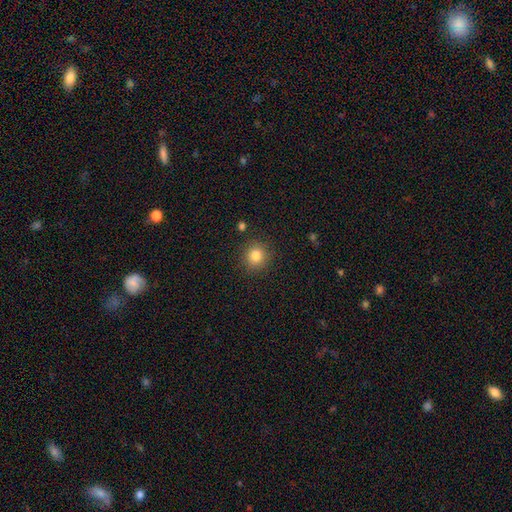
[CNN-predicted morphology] Q: Smooth or featured?
A: smooth (82%); runner-up: star or artifact (12%)
Q: How rounded?
A: round (91%); runner-up: in between (8%)
Q: Merging?
A: none (89%); runner-up: minor disturbance (7%)